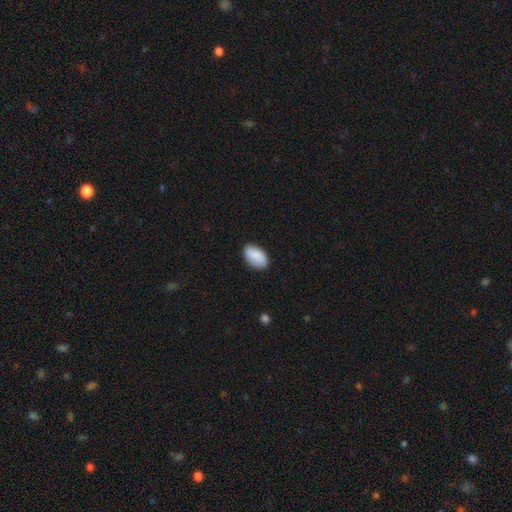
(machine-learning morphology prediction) Overall: smooth (86%). How rounded: in between (94%). Merging: none (85%).